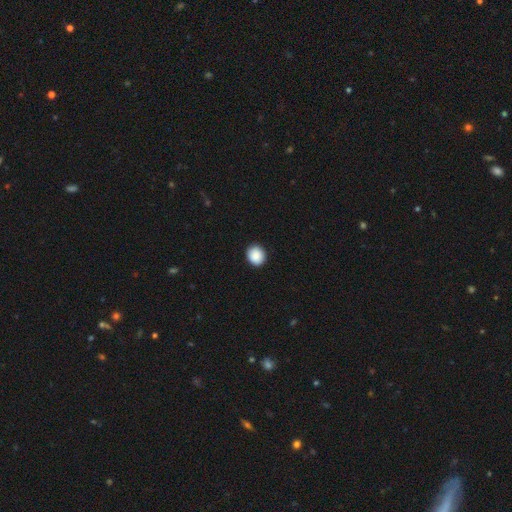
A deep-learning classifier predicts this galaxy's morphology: type=smooth (89%); roundness=round (84%); merging=none (91%).